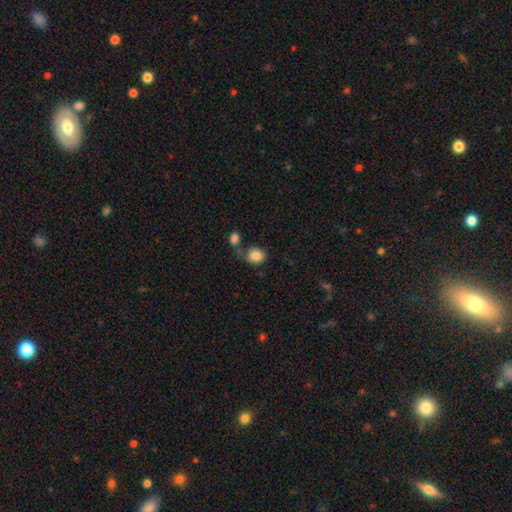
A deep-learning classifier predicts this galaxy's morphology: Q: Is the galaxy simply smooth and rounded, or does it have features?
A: smooth — 86%.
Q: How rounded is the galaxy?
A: round — 64%.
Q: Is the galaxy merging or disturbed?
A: none — 62%.